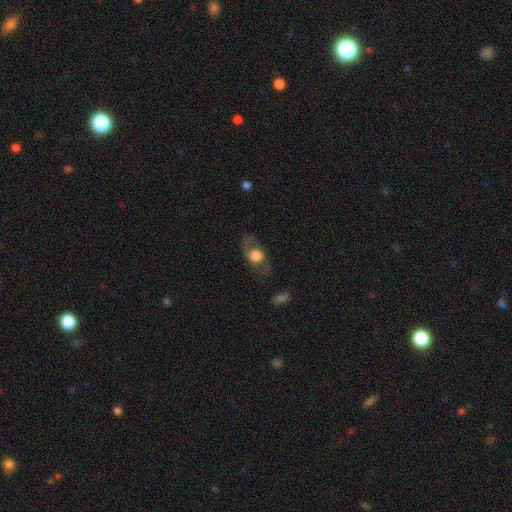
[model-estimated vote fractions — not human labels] Smooth or featured: featured or disk — 50% (smooth — 41%)
Edge-on disk: no — 80% (yes — 20%)
Merging: none — 65% (minor disturbance — 17%)